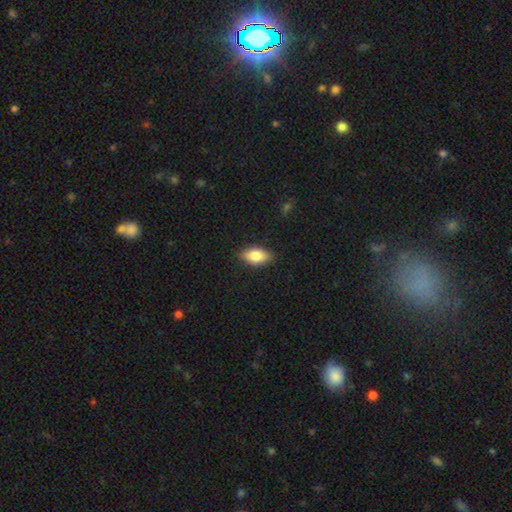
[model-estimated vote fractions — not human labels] smooth_or_featured: smooth (p=0.79) [alt: featured or disk p=0.14]
how_rounded: in between (p=0.88) [alt: cigar-shaped p=0.08]
merging: none (p=0.86) [alt: minor disturbance p=0.11]